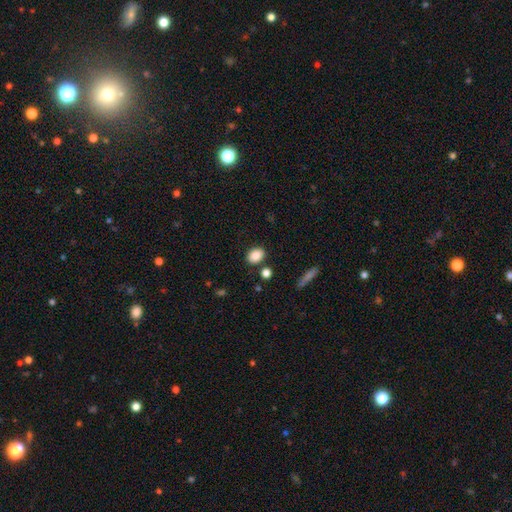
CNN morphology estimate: Smooth or featured?
  - smooth: 87% *
  - star or artifact: 8%
  - featured or disk: 5%
How rounded?
  - in between: 71% *
  - round: 27%
  - cigar-shaped: 2%
Merging?
  - none: 81% *
  - minor disturbance: 10%
  - merger: 6%
  - major disturbance: 3%